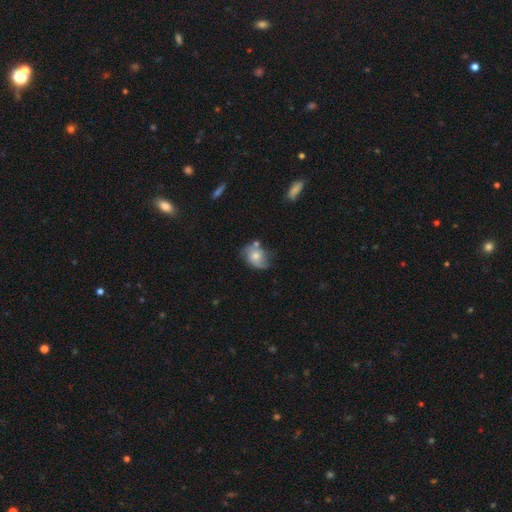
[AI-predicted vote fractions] The model was most divided on "smooth or featured": smooth: 49%, featured or disk: 43%, star or artifact: 8%. More confident: merging — none (53%).